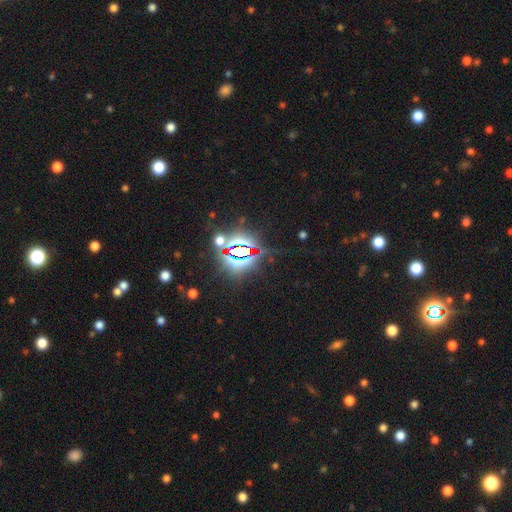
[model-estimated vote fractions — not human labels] Smooth or featured?
  - star or artifact: 84% *
  - smooth: 9%
  - featured or disk: 7%